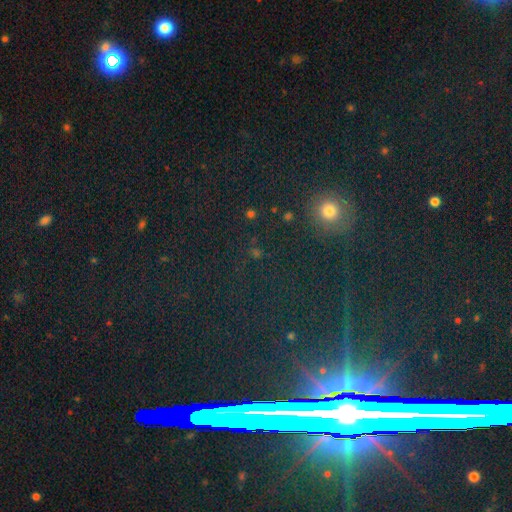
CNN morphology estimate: Smooth or featured?
  - star or artifact: 65% *
  - smooth: 25%
  - featured or disk: 10%